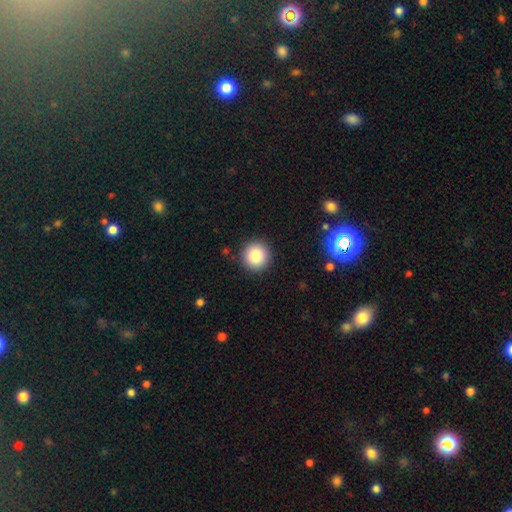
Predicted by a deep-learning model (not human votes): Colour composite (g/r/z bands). It shows a smooth galaxy with no disk features (85%) that is round (95%). Merging: none (91%).